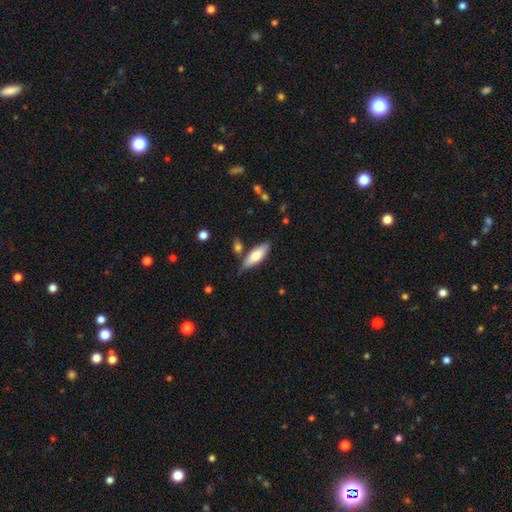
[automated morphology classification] Smooth or featured? smooth (74%)
How rounded? in between (60%)
Merging? none (74%)